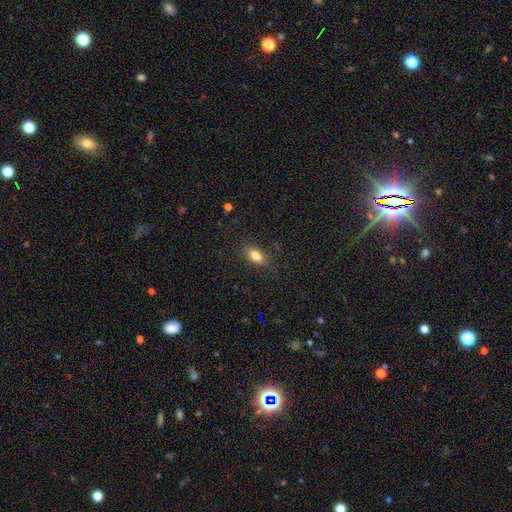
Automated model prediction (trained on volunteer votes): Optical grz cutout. It shows a smooth galaxy with no disk features (82%) that is in between round and cigar-shaped (87%). Merging: none (85%).